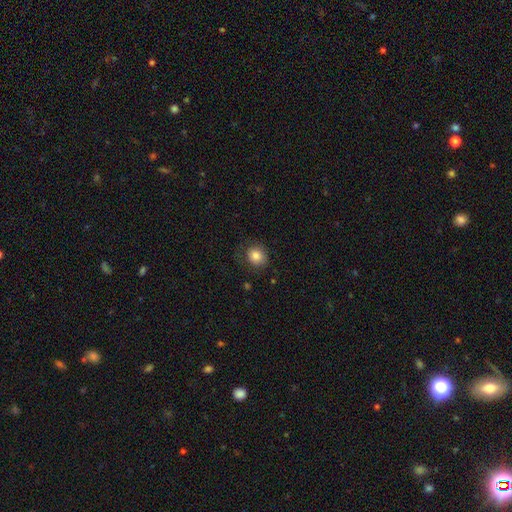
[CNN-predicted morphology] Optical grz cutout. It shows a smooth galaxy with no disk features (84%) that is round (75%). Merging: none (76%).